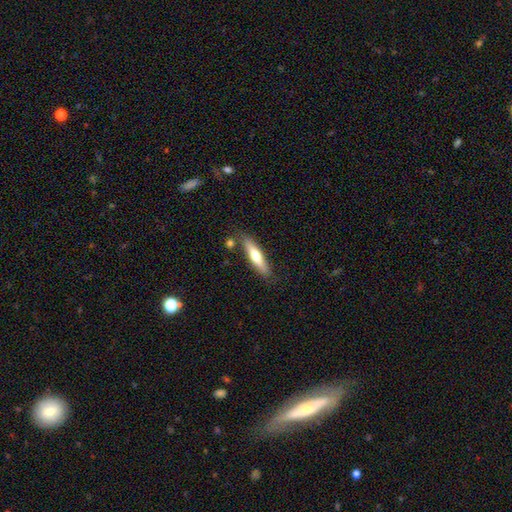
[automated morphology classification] Overall: smooth (56%; featured or disk 39%). How rounded: cigar-shaped (78%). Merging: none (79%).